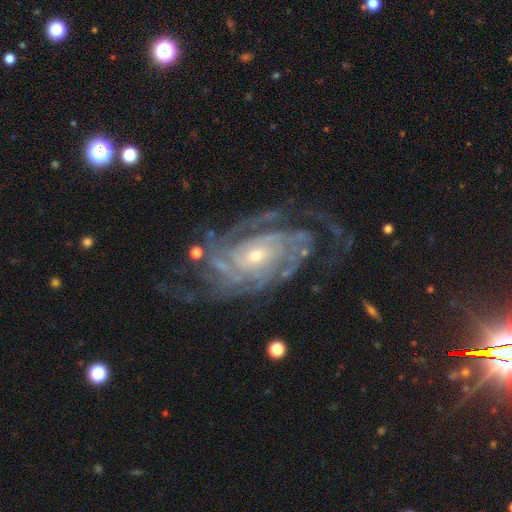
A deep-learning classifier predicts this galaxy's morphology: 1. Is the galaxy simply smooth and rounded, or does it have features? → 91% featured or disk, 6% star or artifact, 4% smooth.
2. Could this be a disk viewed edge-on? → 96% no, 4% yes.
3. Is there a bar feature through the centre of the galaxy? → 66% no, 24% weak, 10% strong.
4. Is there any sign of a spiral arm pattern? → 98% yes, 2% no.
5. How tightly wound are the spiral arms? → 69% tight, 26% medium, 5% loose.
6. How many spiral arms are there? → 23% can't tell, 22% 4, 19% 3, 16% 2, 12% more than 4, 8% 1.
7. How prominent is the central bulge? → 66% small, 29% moderate, 2% large, 1% none, 1% dominant.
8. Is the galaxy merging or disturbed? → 67% none, 18% minor disturbance, 13% major disturbance, 2% merger.